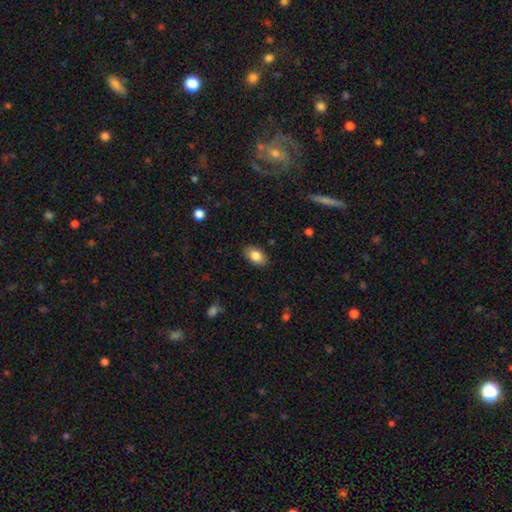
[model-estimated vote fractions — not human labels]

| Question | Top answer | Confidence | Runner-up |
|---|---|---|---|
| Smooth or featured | smooth | 84% | featured or disk (8%) |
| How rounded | in between | 89% | round (10%) |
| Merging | none | 86% | minor disturbance (11%) |